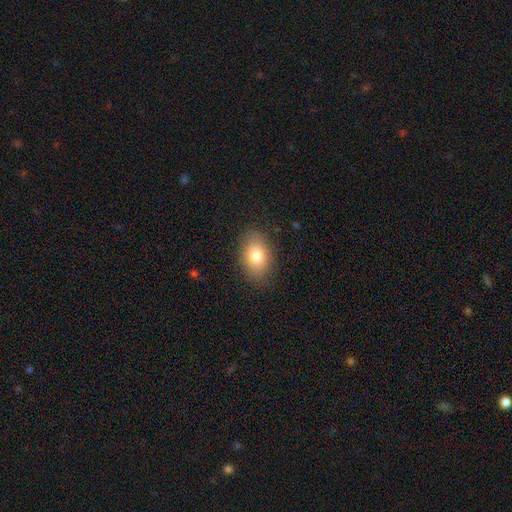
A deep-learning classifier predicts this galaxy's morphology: A smooth galaxy with no disk features (80%) that is in between round and cigar-shaped (84%).

Vote fractions:
- Smooth or featured? smooth: 80% / featured or disk: 12% / star or artifact: 9%
- How rounded? in between: 84% / round: 14% / cigar-shaped: 1%
- Merging? none: 84% / minor disturbance: 11% / major disturbance: 3% / merger: 1%